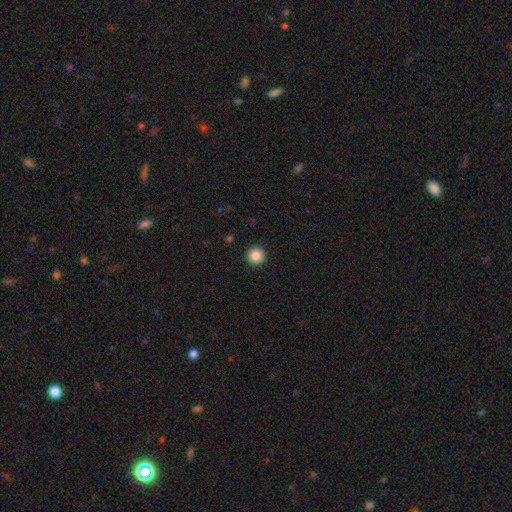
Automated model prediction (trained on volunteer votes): This appears to be a smooth galaxy with no disk features (87%) that is round (96%). Merging: none (93%).